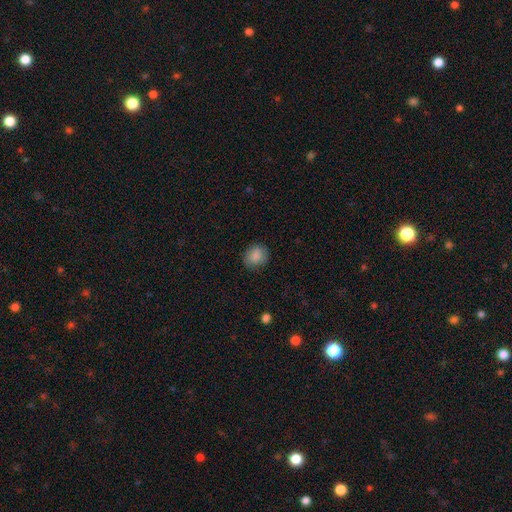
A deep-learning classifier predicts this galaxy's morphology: type=smooth (87%); roundness=round (69%); merging=none (84%).